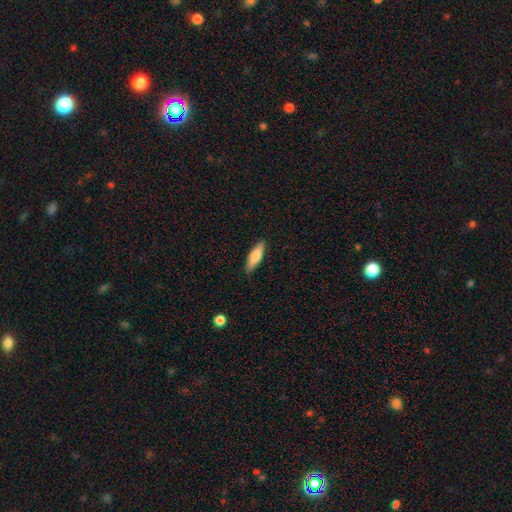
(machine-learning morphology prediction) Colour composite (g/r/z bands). It shows a smooth galaxy with no disk features (70%) that is cigar-shaped (59%). Merging: none (88%).